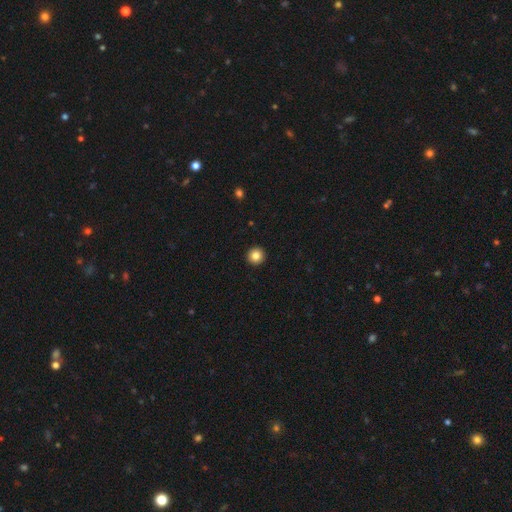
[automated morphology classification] Smooth or featured: smooth — 84% (star or artifact — 10%)
How rounded: round — 96% (in between — 3%)
Merging: none — 94% (minor disturbance — 4%)